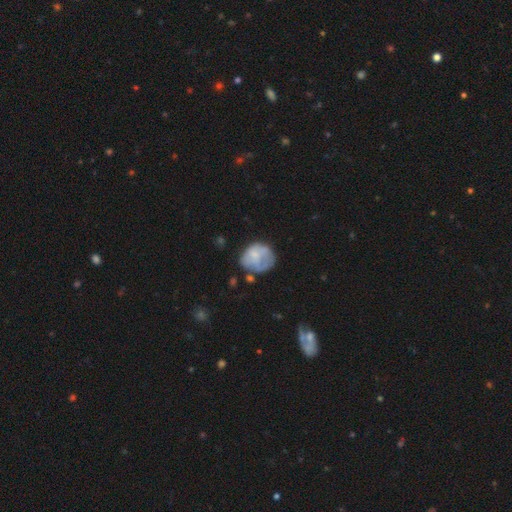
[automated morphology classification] A smooth galaxy with no disk features (56%) that is round (68%).

Vote fractions:
- Smooth or featured? smooth: 56% / featured or disk: 36% / star or artifact: 8%
- How rounded? round: 68% / in between: 31% / cigar-shaped: 1%
- Merging? none: 44% / minor disturbance: 29% / major disturbance: 21% / merger: 6%